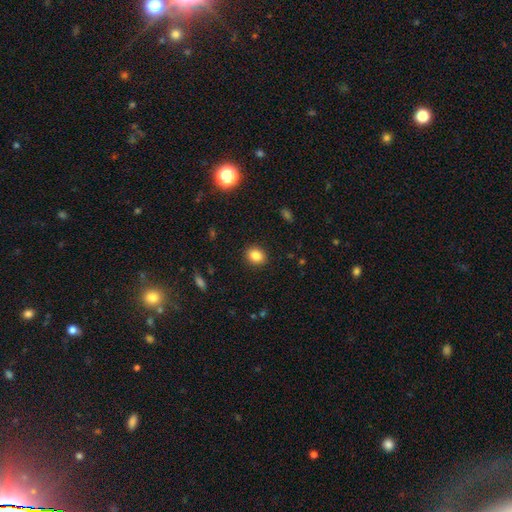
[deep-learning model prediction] This appears to be a smooth galaxy with no disk features (85%) that is round (52%). Merging: none (90%).